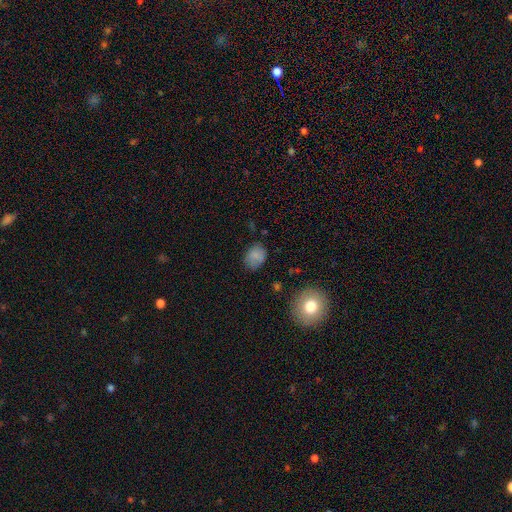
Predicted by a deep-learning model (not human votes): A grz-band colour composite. It shows a smooth galaxy with no disk features (80%) that is in between round and cigar-shaped (63%). Merging: none (71%).